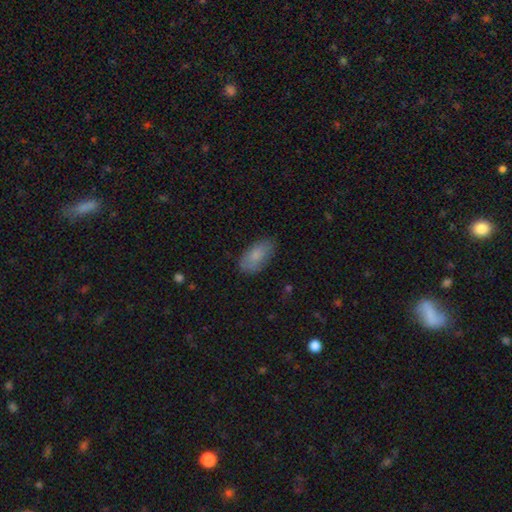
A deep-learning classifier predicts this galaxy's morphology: smooth-or-featured: smooth: 81% | featured or disk: 12% | star or artifact: 7%
  how-rounded: in between: 93% | cigar-shaped: 4% | round: 3%
  merging: none: 79% | minor disturbance: 17% | major disturbance: 4% | merger: 1%